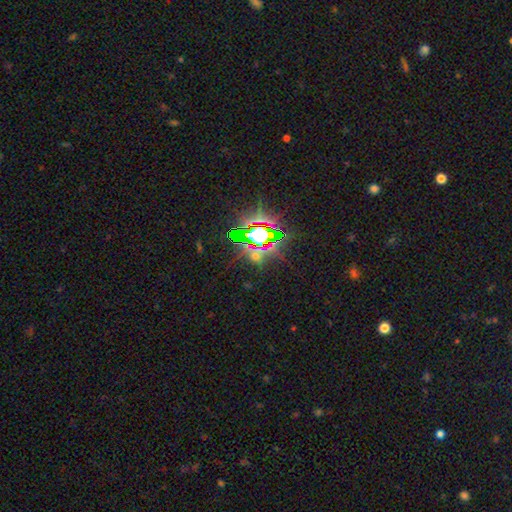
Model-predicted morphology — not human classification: The model was most divided on "smooth or featured": star or artifact: 73%, smooth: 16%, featured or disk: 11%.